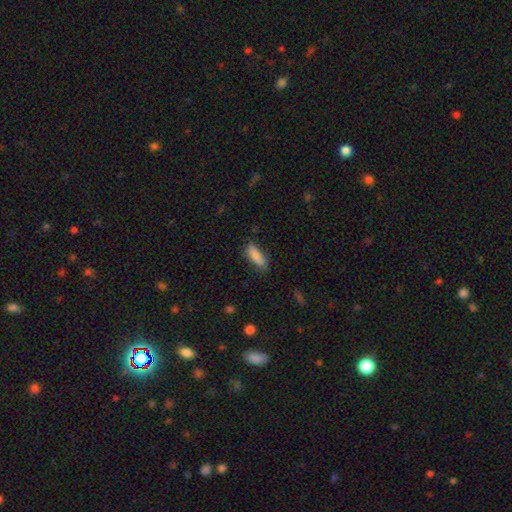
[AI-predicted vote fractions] smooth 85%, featured or disk 9%, star or artifact 7%. Down the decision tree: how rounded — in between (59%); merging — none (78%).